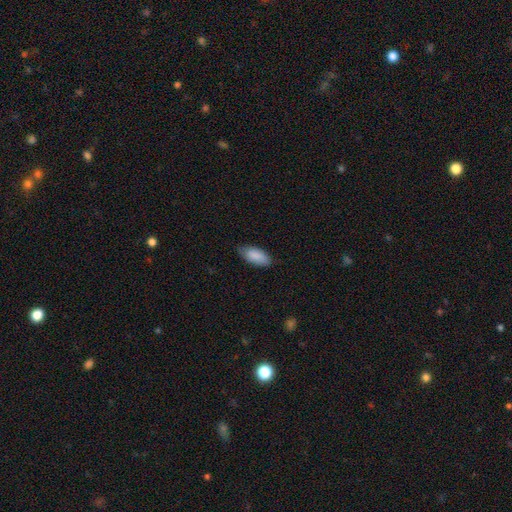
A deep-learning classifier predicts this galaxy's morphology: A smooth galaxy with no disk features (88%) that is in between round and cigar-shaped (89%). Merging: none (77%).